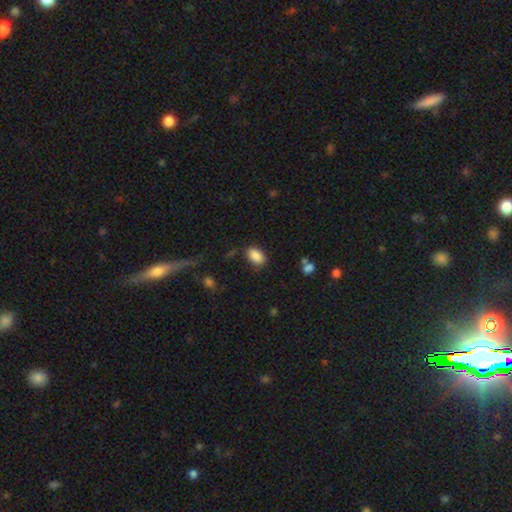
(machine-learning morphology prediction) smooth 88%, star or artifact 8%, featured or disk 4%. Down the decision tree: how rounded — in between (91%); merging — none (80%).